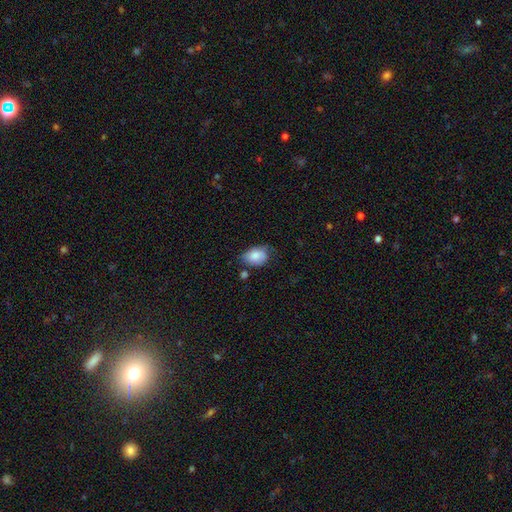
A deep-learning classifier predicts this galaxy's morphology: A smooth galaxy with no disk features (79%) that is in between round and cigar-shaped (76%).

Vote fractions:
- Smooth or featured? smooth: 79% / featured or disk: 14% / star or artifact: 8%
- How rounded? in between: 76% / round: 23% / cigar-shaped: 1%
- Merging? none: 50% / minor disturbance: 34% / major disturbance: 10% / merger: 5%